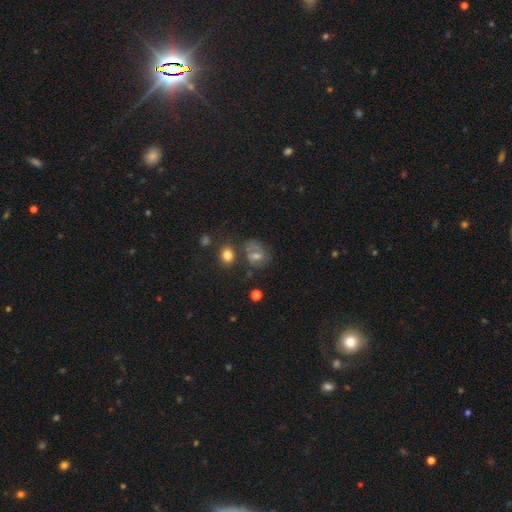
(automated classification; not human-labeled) The model was most divided on "smooth or featured": featured or disk: 43%, smooth: 35%, star or artifact: 22%. More confident: merging — none (55%).